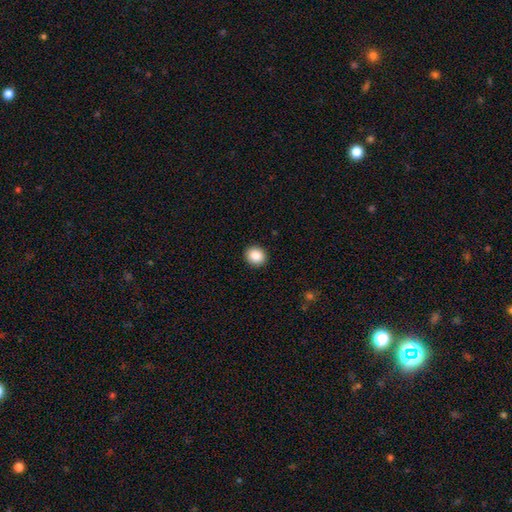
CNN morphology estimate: Smooth or featured? smooth (89%)
How rounded? round (79%)
Merging? none (92%)